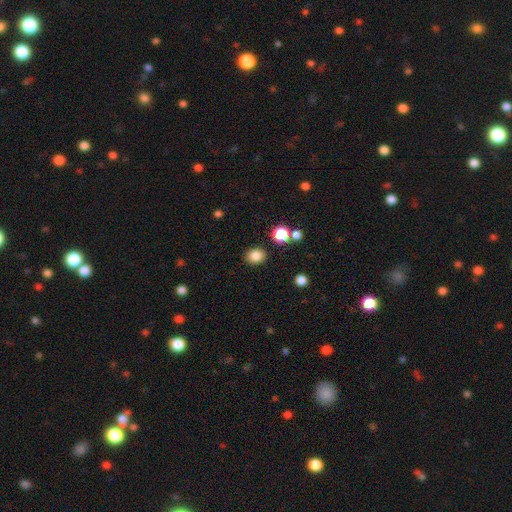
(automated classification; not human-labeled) Morphology: type=smooth (84%); roundness=round (68%); merging=none (87%).